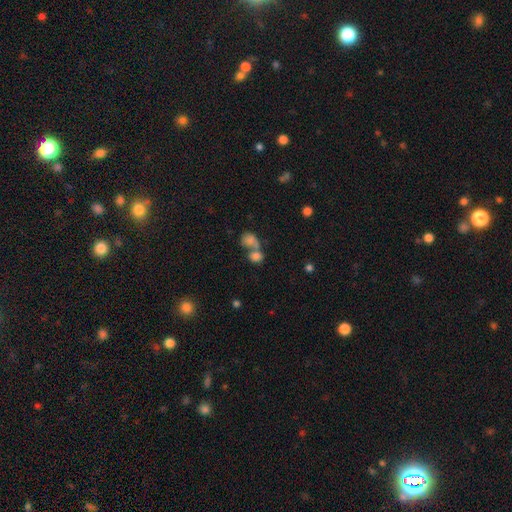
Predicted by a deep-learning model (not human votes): smooth-or-featured: smooth: 77% | star or artifact: 12% | featured or disk: 11%
  how-rounded: in between: 52% | round: 46% | cigar-shaped: 2%
  merging: merger: 62% | none: 25% | minor disturbance: 7% | major disturbance: 6%